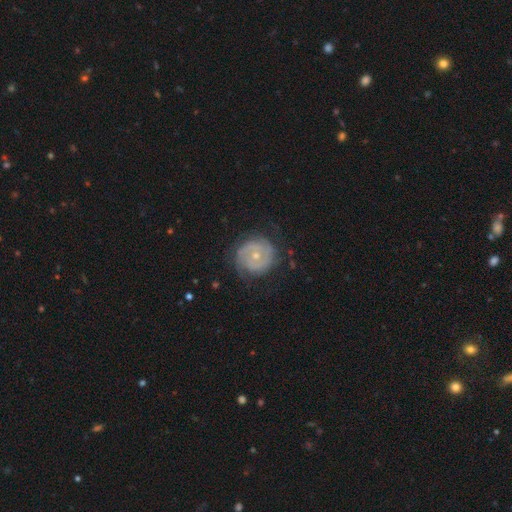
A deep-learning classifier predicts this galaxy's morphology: Smooth or featured?
  - featured or disk: 78% *
  - smooth: 16%
  - star or artifact: 6%
Edge-on disk?
  - no: 98% *
  - yes: 2%
Bar?
  - no: 70% *
  - weak: 25%
  - strong: 5%
Spiral arms?
  - yes: 88% *
  - no: 12%
Spiral winding?
  - tight: 69% *
  - medium: 24%
  - loose: 7%
Spiral arm count?
  - 2: 55% *
  - can't tell: 25%
  - 3: 9%
  - 1: 4%
  - 4: 3%
  - more than 4: 3%
Bulge size?
  - small: 54% *
  - moderate: 43%
  - large: 1%
  - none: 1%
  - dominant: 1%
Merging?
  - none: 75% *
  - minor disturbance: 17%
  - major disturbance: 6%
  - merger: 1%